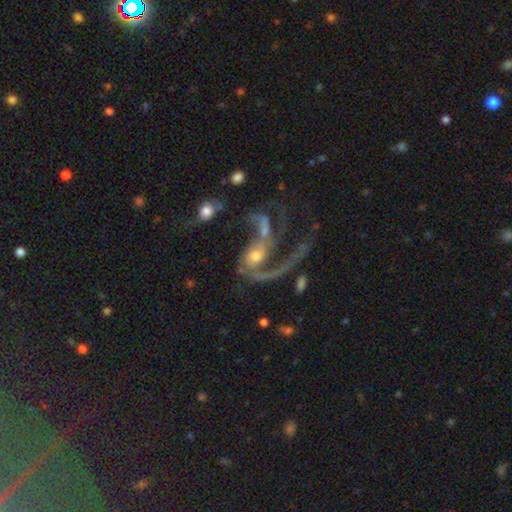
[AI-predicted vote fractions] Smooth or featured? Predicted: featured or disk (p=0.77). Edge-on disk? Predicted: no (p=0.97). Bar? Predicted: no (p=0.64). Spiral arms? Predicted: yes (p=0.85). Spiral winding? Predicted: loose (p=0.55). Spiral arm count? Predicted: 1 (p=0.50). Bulge size? Predicted: moderate (p=0.52). Merging? Predicted: merger (p=0.40).